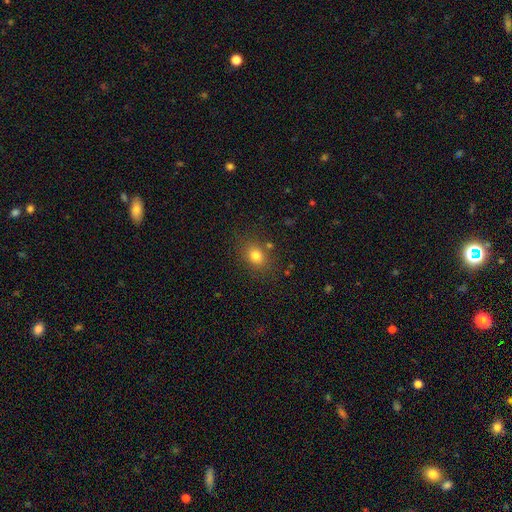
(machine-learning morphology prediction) Smooth or featured? smooth (78%)
How rounded? round (51%)
Merging? none (80%)